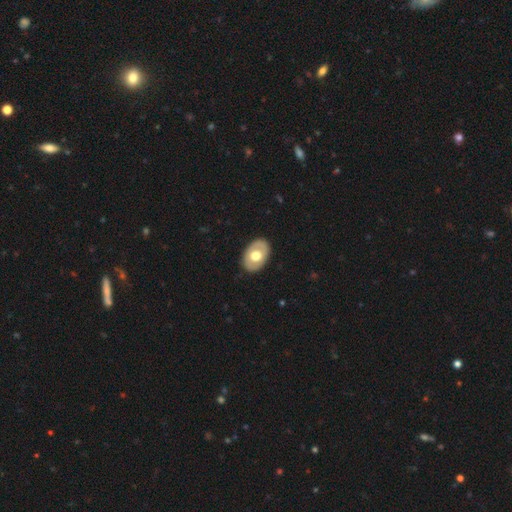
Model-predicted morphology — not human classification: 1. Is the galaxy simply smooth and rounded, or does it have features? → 56% smooth, 38% featured or disk, 5% star or artifact.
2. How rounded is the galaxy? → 83% in between, 16% round, 1% cigar-shaped.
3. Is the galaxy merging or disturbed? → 86% none, 11% minor disturbance, 2% major disturbance, 1% merger.